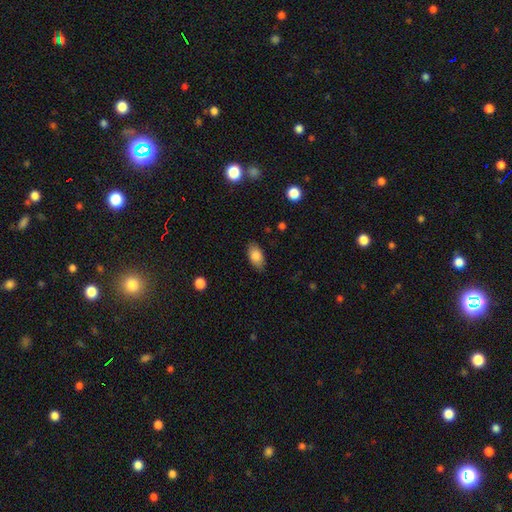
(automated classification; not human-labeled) This is clearly a smooth galaxy (84%). How rounded: clearly in between (92%). Merging: clearly none (84%).